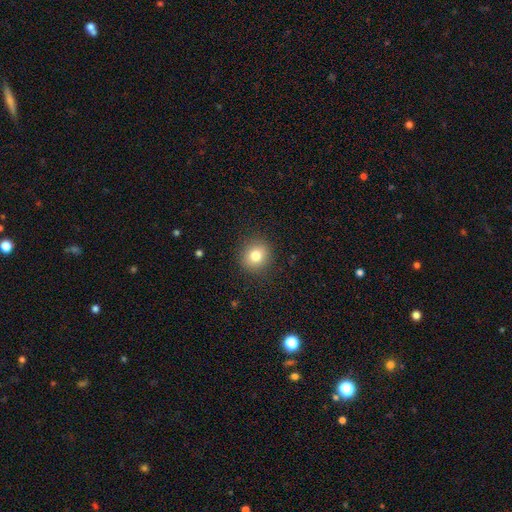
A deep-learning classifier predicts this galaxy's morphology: Smooth or featured?
  - smooth: 79% *
  - star or artifact: 12%
  - featured or disk: 9%
How rounded?
  - round: 87% *
  - in between: 12%
  - cigar-shaped: 1%
Merging?
  - none: 90% *
  - minor disturbance: 6%
  - major disturbance: 2%
  - merger: 1%